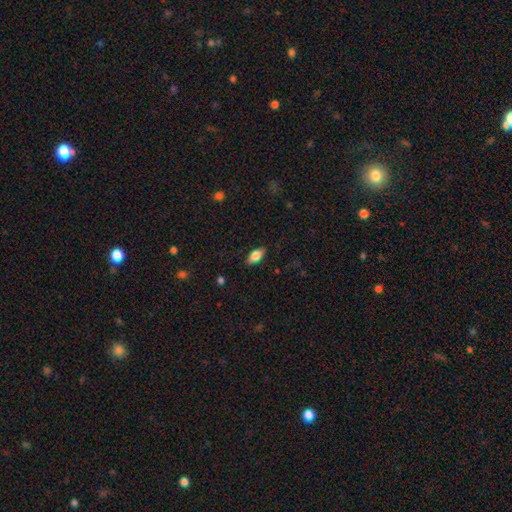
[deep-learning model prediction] A smooth galaxy with no disk features (78%) that is in between round and cigar-shaped (88%). Merging: none (86%).